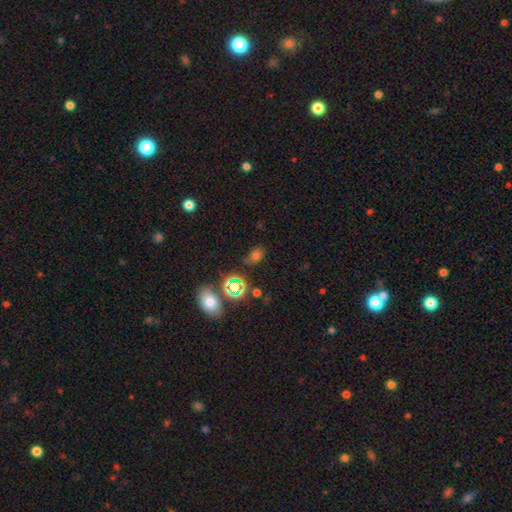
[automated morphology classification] Overall: smooth (57%; star or artifact 34%). How rounded: in between (64%; round 34%). Merging: none (75%).